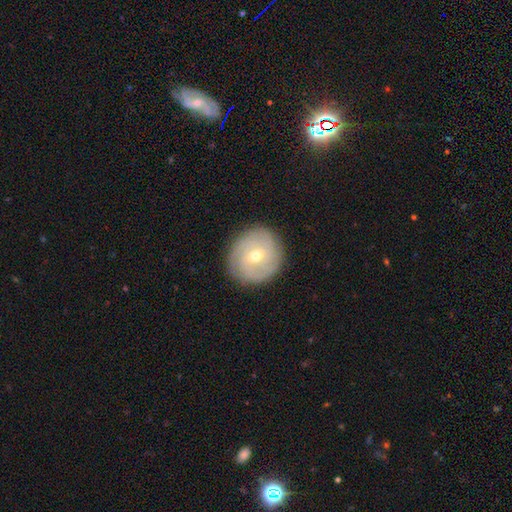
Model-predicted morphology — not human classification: Smooth or featured: featured or disk — 73% (smooth — 20%)
Edge-on disk: no — 97% (yes — 3%)
Bar: no — 48% (weak — 42%)
Spiral arms: yes — 90% (no — 10%)
Spiral winding: tight — 71% (medium — 23%)
Spiral arm count: can't tell — 30% (3 — 25%)
Bulge size: moderate — 51% (small — 46%)
Merging: none — 87% (minor disturbance — 10%)